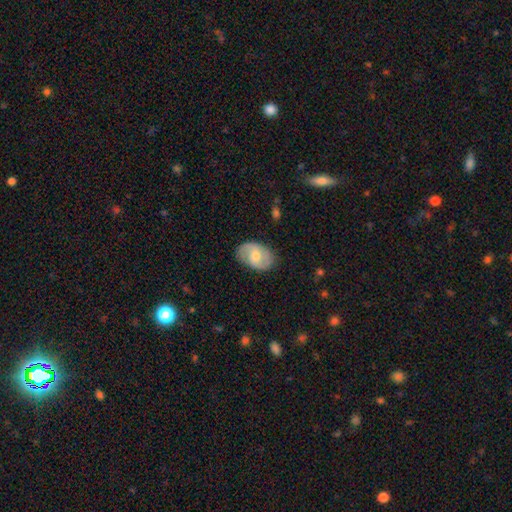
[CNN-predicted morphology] Overall: featured or disk (53%; smooth 41%). Edge-on disk: no (96%). Bar: no (47%; weak 42%). Spiral arms: yes (80%). Bulge size: moderate (51%; small 43%). Merging: none (78%).